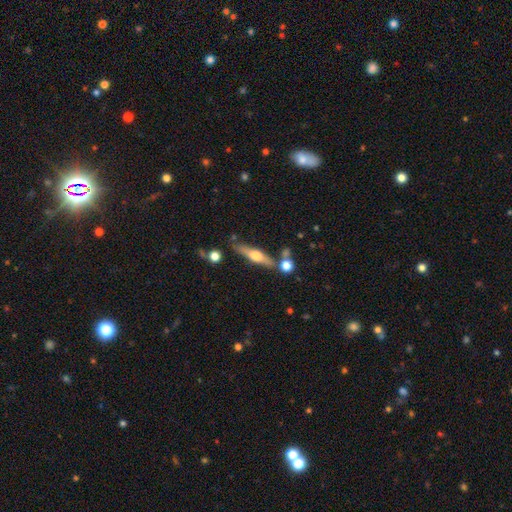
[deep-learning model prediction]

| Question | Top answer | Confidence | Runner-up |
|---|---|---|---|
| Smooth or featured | featured or disk | 63% | smooth (31%) |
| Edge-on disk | yes | 94% | no (6%) |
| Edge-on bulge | rounded | 92% | boxy (5%) |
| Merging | none | 73% | minor disturbance (12%) |